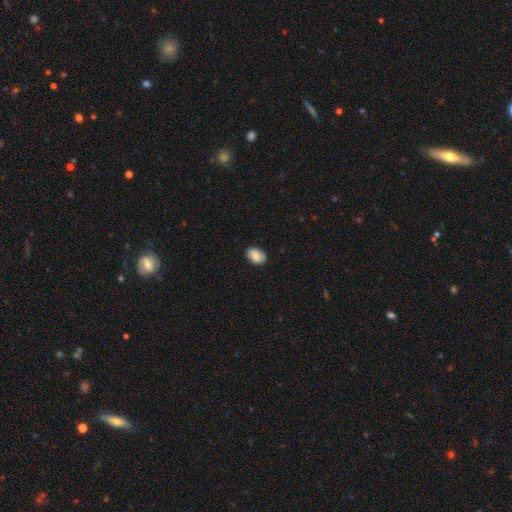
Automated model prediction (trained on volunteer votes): Morphology: type=smooth (83%); roundness=in between (86%); merging=none (84%).